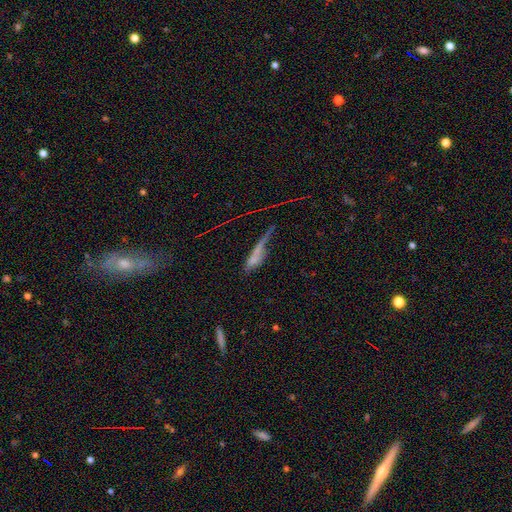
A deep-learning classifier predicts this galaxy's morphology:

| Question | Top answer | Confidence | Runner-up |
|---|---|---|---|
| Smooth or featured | smooth | 46% | featured or disk (34%) |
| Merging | major disturbance | 31% | none (29%) |